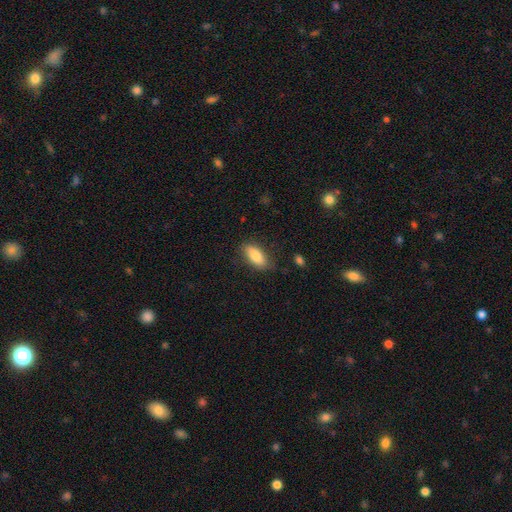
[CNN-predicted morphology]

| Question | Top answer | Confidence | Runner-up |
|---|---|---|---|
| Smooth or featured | smooth | 83% | featured or disk (10%) |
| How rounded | in between | 82% | cigar-shaped (15%) |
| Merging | none | 79% | minor disturbance (15%) |